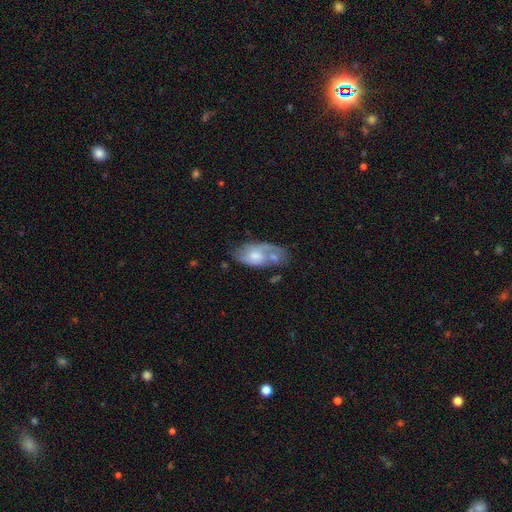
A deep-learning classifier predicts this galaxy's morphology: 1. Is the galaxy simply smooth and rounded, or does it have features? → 61% featured or disk, 32% smooth, 7% star or artifact.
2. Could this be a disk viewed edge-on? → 94% no, 6% yes.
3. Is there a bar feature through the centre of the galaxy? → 66% no, 29% weak, 4% strong.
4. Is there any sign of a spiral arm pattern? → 77% yes, 23% no.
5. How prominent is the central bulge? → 46% moderate, 34% small, 9% large, 9% none, 2% dominant.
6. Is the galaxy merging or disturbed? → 37% none, 25% minor disturbance, 19% merger, 18% major disturbance.